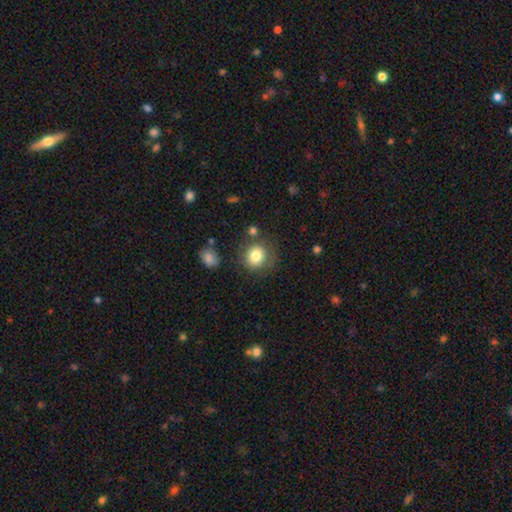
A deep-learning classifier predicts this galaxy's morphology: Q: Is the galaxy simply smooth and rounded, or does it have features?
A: smooth — 80%.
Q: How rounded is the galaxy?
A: round — 84%.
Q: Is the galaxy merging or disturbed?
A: none — 73%.